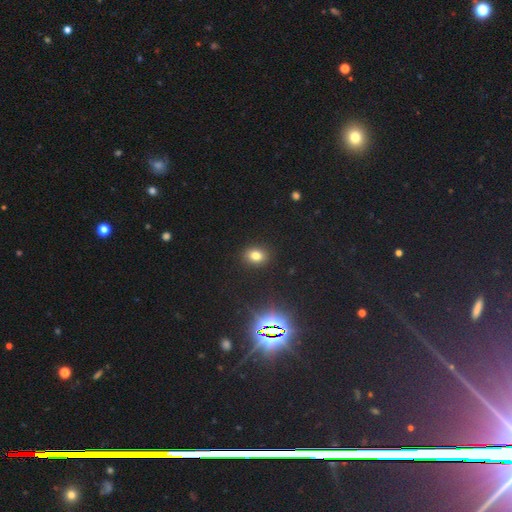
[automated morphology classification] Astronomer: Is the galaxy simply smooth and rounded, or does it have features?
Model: smooth — 74%.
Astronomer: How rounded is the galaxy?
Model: in between — 53% (runner-up: round, 46%).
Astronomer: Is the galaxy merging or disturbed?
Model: none — 90%.